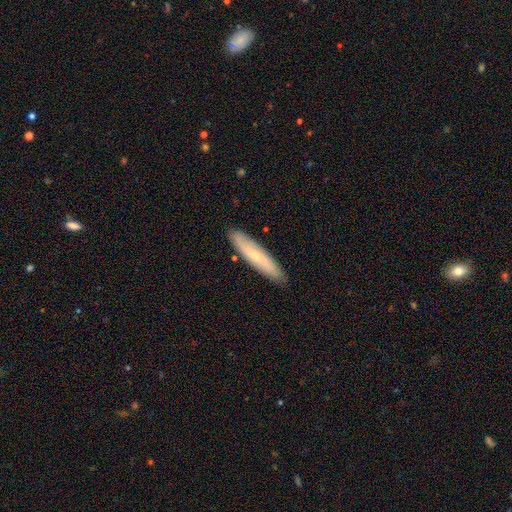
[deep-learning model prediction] The model was most divided on "smooth or featured": smooth: 56%, featured or disk: 38%, star or artifact: 6%. More confident: merging — none (89%); how rounded — cigar-shaped (85%).